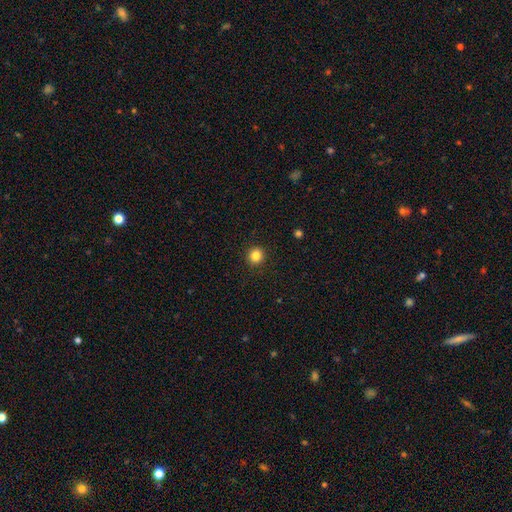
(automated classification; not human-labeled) Smooth or featured?
  - smooth: 84% *
  - star or artifact: 11%
  - featured or disk: 5%
How rounded?
  - round: 92% *
  - in between: 7%
  - cigar-shaped: 1%
Merging?
  - none: 92% *
  - minor disturbance: 5%
  - major disturbance: 2%
  - merger: 1%